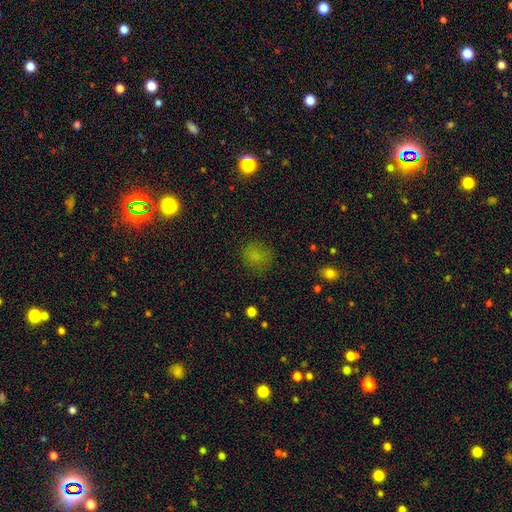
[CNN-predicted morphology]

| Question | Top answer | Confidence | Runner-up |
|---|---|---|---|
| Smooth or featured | smooth | 74% | star or artifact (19%) |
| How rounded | round | 78% | in between (20%) |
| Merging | none | 78% | minor disturbance (15%) |